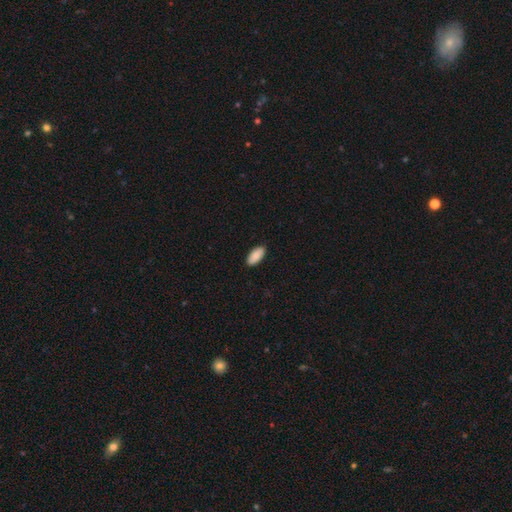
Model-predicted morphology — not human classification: type=smooth (90%); roundness=in between (91%); merging=none (89%).